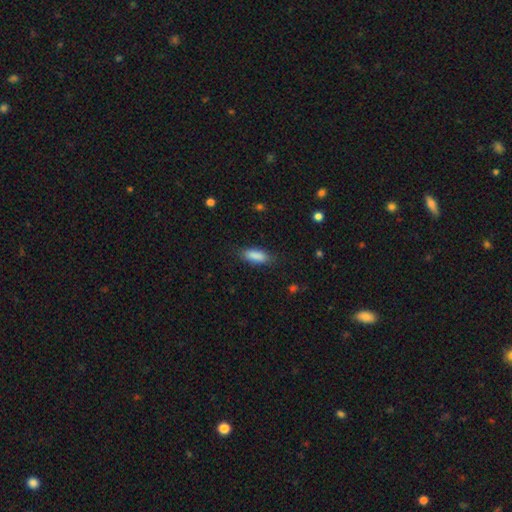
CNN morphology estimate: type=smooth (87%); roundness=in between (70%); merging=none (83%).